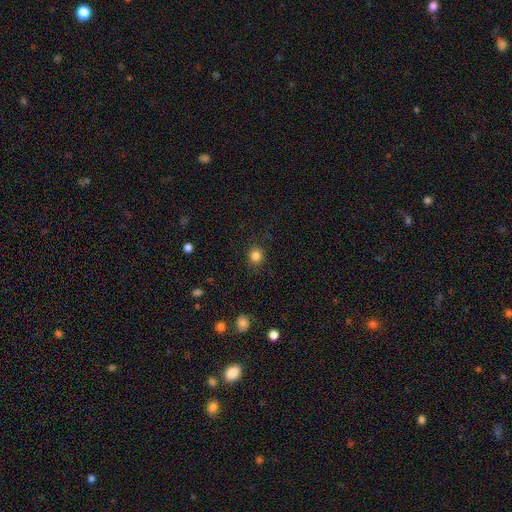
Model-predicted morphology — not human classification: Smooth or featured? smooth (84%)
How rounded? round (88%)
Merging? none (89%)